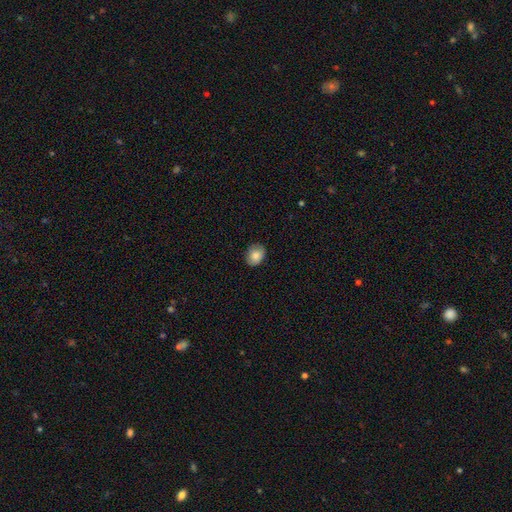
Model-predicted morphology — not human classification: This is clearly a smooth galaxy (85%). How rounded: possibly in between (54%). Merging: clearly none (84%).